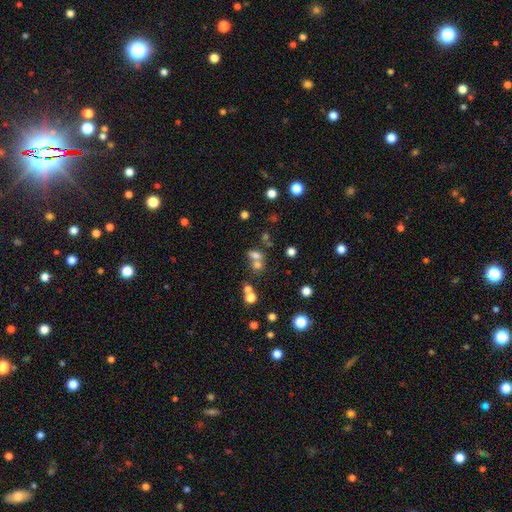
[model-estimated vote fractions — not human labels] This appears to be a smooth galaxy with no disk features (65%) that is in between round and cigar-shaped (59%). Merging: merger (50%).